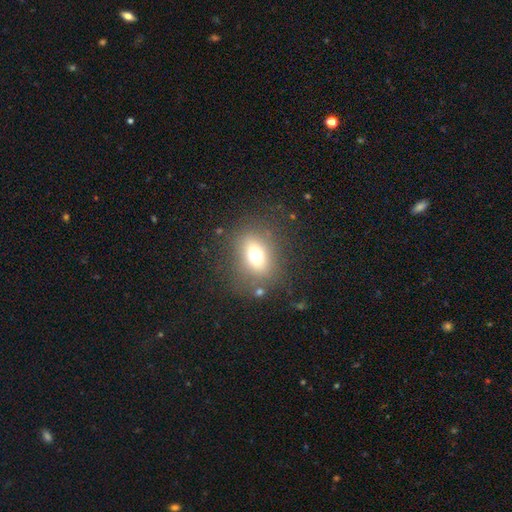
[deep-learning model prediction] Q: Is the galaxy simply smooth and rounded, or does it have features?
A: smooth — 67%.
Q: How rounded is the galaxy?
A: in between — 55%.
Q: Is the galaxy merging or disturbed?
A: none — 78%.